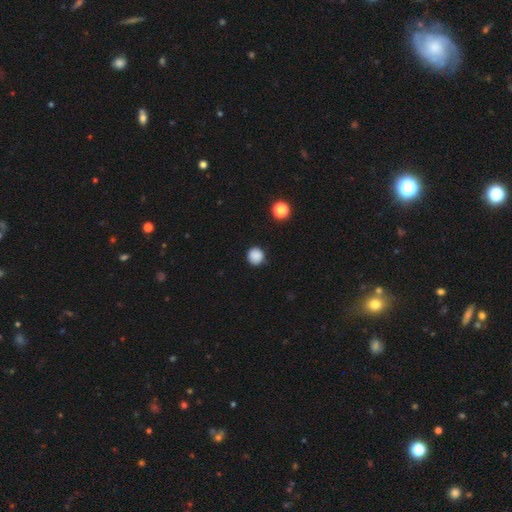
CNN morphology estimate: Smooth or featured: smooth — 87% (star or artifact — 10%)
How rounded: round — 93% (in between — 6%)
Merging: none — 88% (minor disturbance — 8%)